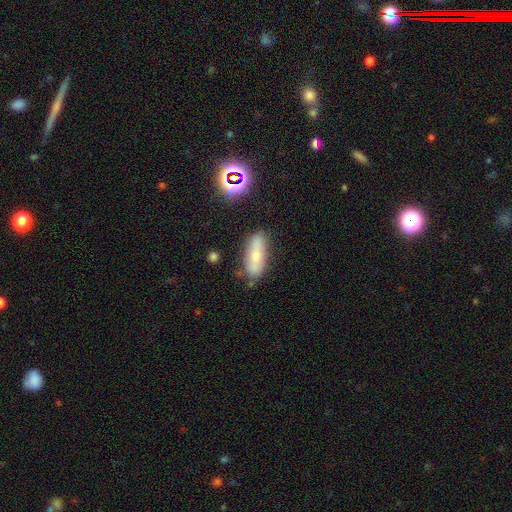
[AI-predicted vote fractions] The model was most divided on "how rounded": in between: 65%, cigar-shaped: 32%, round: 3%. More confident: merging — none (75%); smooth or featured — smooth (63%).